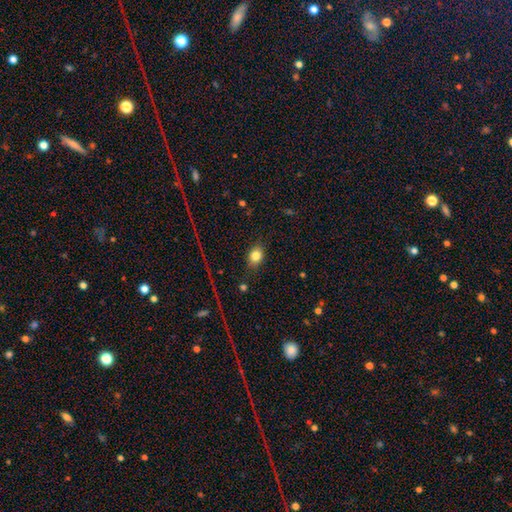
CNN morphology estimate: type=smooth (79%); roundness=in between (63%); merging=none (81%).